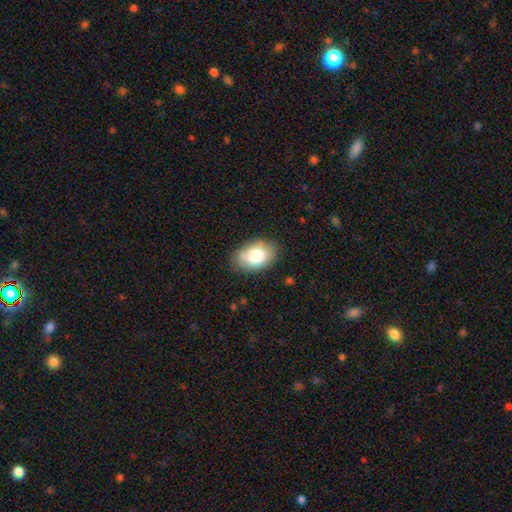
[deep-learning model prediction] smooth-or-featured: smooth: 82% | featured or disk: 11% | star or artifact: 7%
  how-rounded: in between: 85% | round: 14% | cigar-shaped: 1%
  merging: none: 79% | minor disturbance: 16% | major disturbance: 4% | merger: 2%